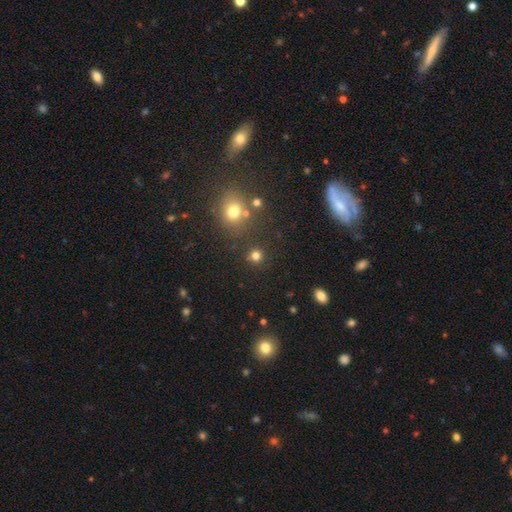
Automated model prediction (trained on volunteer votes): Smooth or featured: smooth — 77% (star or artifact — 18%)
How rounded: round — 92% (in between — 7%)
Merging: none — 85% (minor disturbance — 7%)